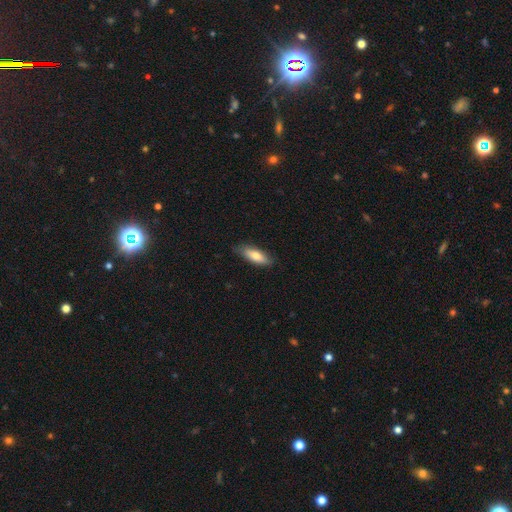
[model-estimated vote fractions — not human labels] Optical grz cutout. It shows a smooth galaxy with no disk features (76%) that is in between round and cigar-shaped (60%). Merging: none (80%).